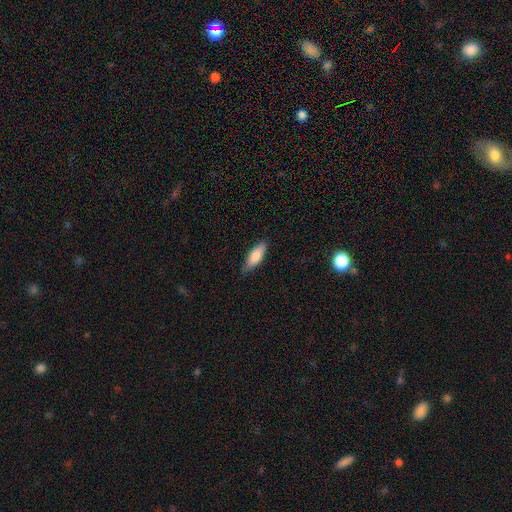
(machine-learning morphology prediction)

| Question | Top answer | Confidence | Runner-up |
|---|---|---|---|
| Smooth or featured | smooth | 81% | featured or disk (14%) |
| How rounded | in between | 60% | cigar-shaped (38%) |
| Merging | none | 82% | minor disturbance (15%) |